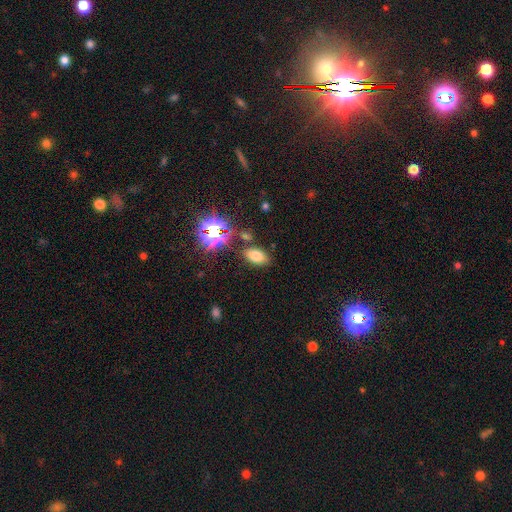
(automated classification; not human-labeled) Smooth or featured: smooth — 69% (star or artifact — 22%)
How rounded: in between — 88% (round — 9%)
Merging: none — 80% (minor disturbance — 10%)